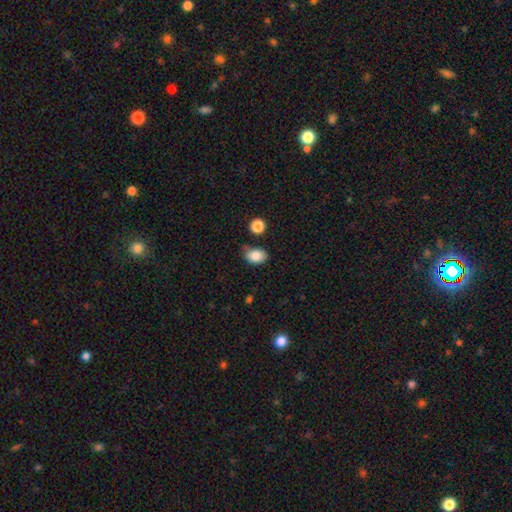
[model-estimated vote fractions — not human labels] Smooth or featured: smooth — 85% (star or artifact — 8%)
How rounded: in between — 78% (round — 21%)
Merging: none — 65% (minor disturbance — 23%)